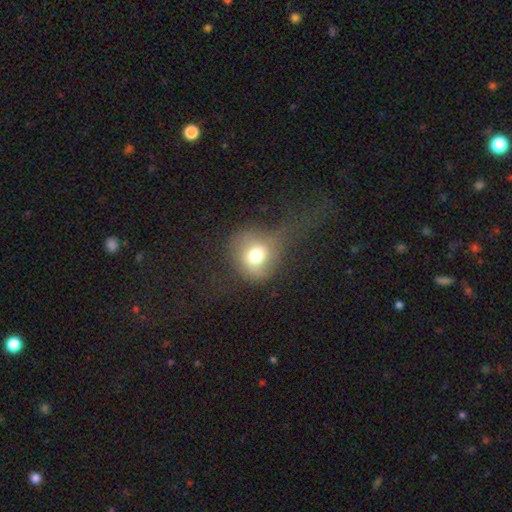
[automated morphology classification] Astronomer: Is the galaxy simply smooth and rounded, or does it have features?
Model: smooth — 71%.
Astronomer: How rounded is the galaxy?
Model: round — 79%.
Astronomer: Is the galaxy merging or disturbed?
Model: none — 38% (runner-up: major disturbance, 34%).